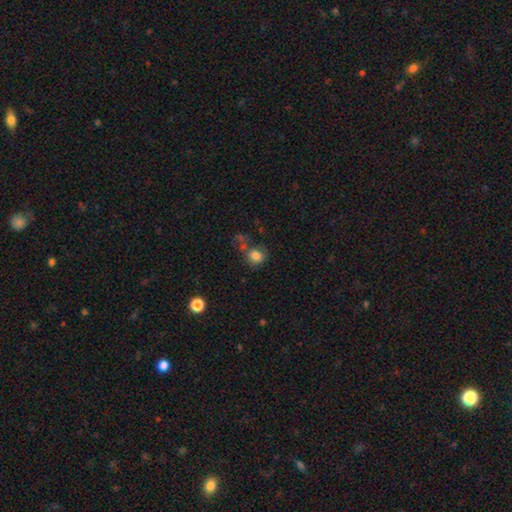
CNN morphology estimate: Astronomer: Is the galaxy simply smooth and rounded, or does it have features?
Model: smooth — 77%.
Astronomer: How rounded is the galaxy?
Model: round — 67%.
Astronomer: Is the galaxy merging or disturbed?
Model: none — 44% (runner-up: minor disturbance, 19%).